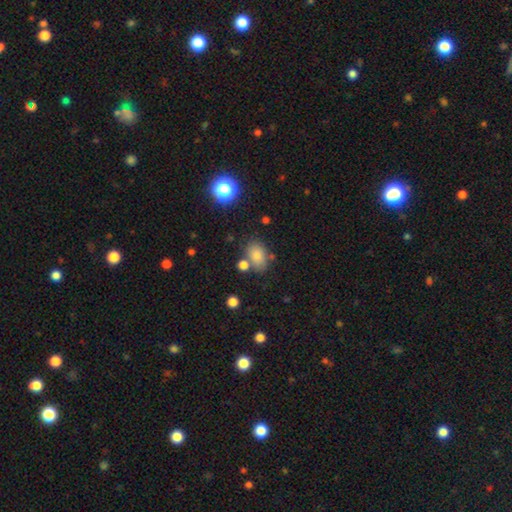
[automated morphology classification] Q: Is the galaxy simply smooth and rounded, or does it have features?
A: smooth — 77%.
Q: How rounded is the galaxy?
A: in between — 75%.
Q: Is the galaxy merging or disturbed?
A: none — 70%.